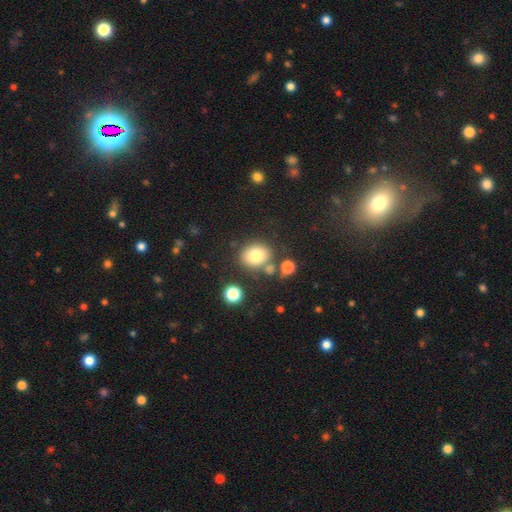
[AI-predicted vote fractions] Overall: smooth (79%). How rounded: round (66%; in between 33%). Merging: none (71%).